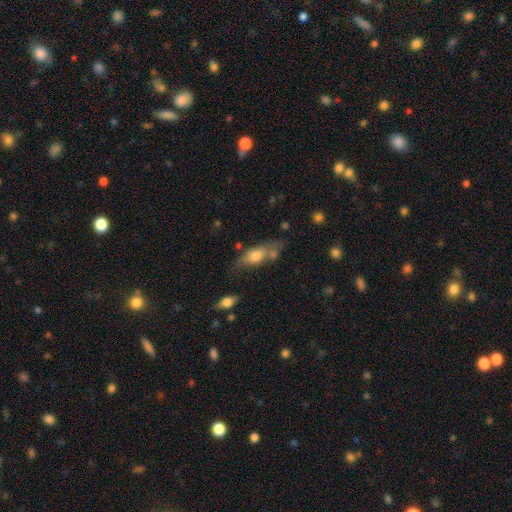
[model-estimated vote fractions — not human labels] smooth-or-featured: smooth: 63% | featured or disk: 29% | star or artifact: 8%
  how-rounded: in between: 69% | cigar-shaped: 26% | round: 5%
  merging: none: 45% | minor disturbance: 25% | merger: 18% | major disturbance: 12%